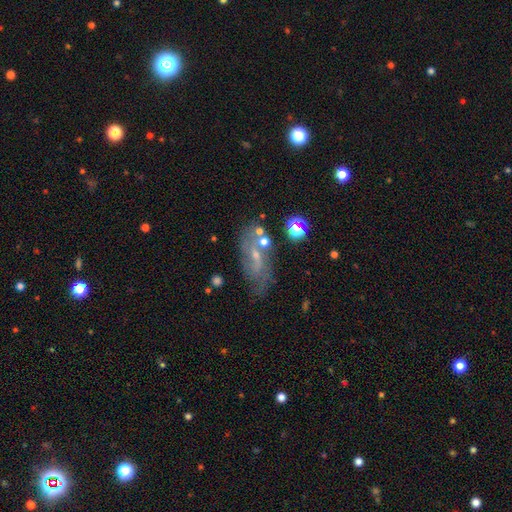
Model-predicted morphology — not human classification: Q: Smooth or featured?
A: featured or disk (57%); runner-up: smooth (28%)
Q: Edge-on disk?
A: no (86%); runner-up: yes (14%)
Q: Merging?
A: none (62%); runner-up: minor disturbance (21%)